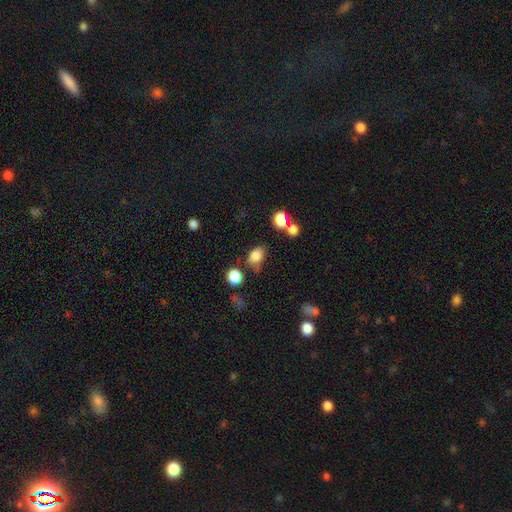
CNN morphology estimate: type=smooth (82%); roundness=in between (74%); merging=none (64%).